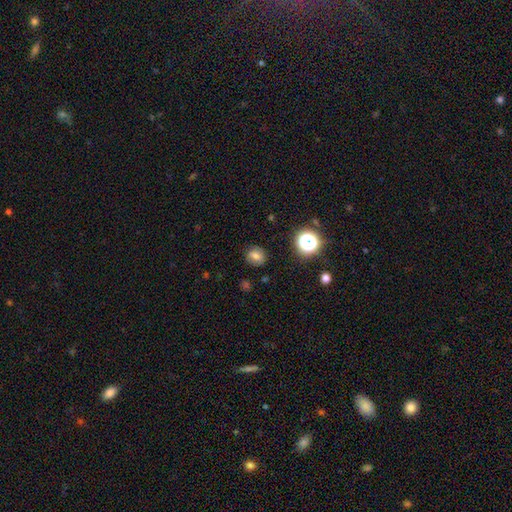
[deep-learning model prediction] Smooth or featured?
  - smooth: 71% *
  - star or artifact: 16%
  - featured or disk: 13%
How rounded?
  - round: 73% *
  - in between: 26%
  - cigar-shaped: 1%
Merging?
  - none: 84% *
  - minor disturbance: 11%
  - major disturbance: 3%
  - merger: 2%